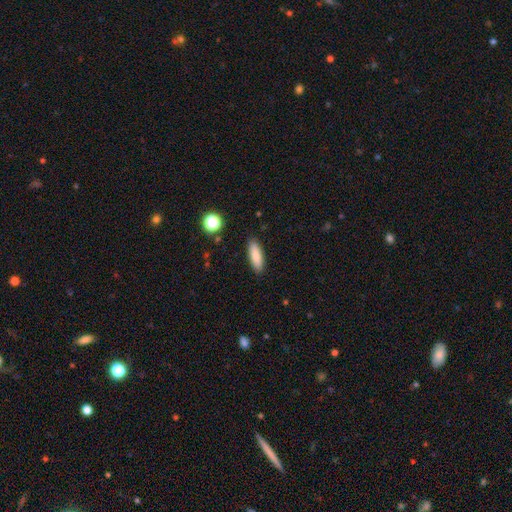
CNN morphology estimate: Overall: smooth (86%). How rounded: in between (53%; cigar-shaped 45%). Merging: none (89%).